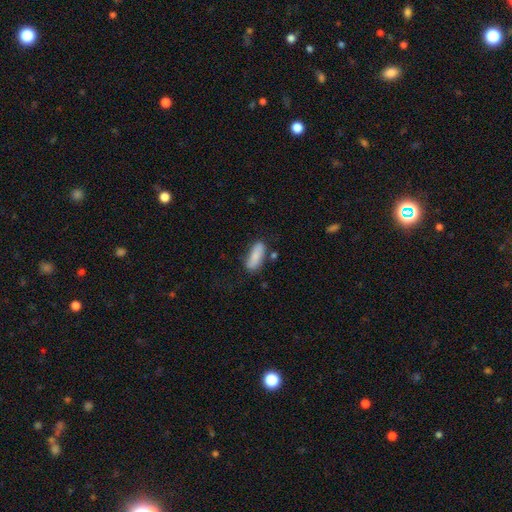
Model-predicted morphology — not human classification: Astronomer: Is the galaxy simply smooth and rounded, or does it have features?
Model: smooth — 83%.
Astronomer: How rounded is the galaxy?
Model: in between — 72%.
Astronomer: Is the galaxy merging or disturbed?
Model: none — 72%.